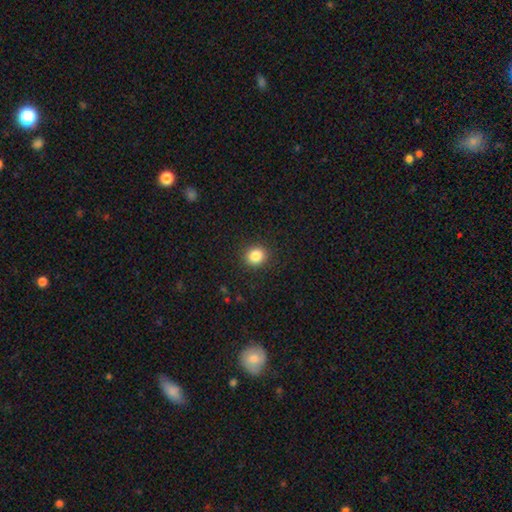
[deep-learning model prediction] Q: Smooth or featured?
A: smooth (84%); runner-up: star or artifact (11%)
Q: How rounded?
A: round (83%); runner-up: in between (16%)
Q: Merging?
A: none (91%); runner-up: minor disturbance (6%)